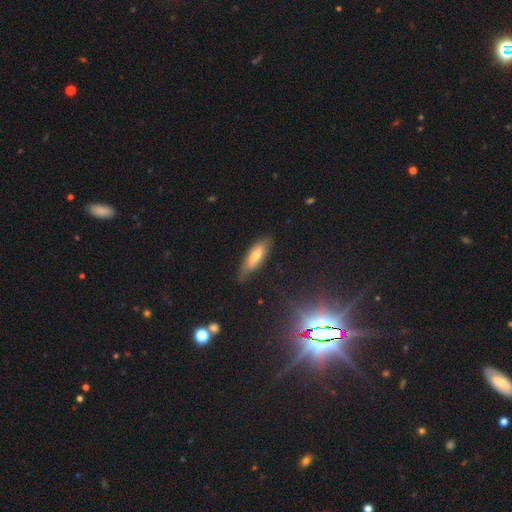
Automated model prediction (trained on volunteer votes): smooth 63%, featured or disk 29%, star or artifact 8%. Down the decision tree: how rounded — in between (52%); merging — none (68%).